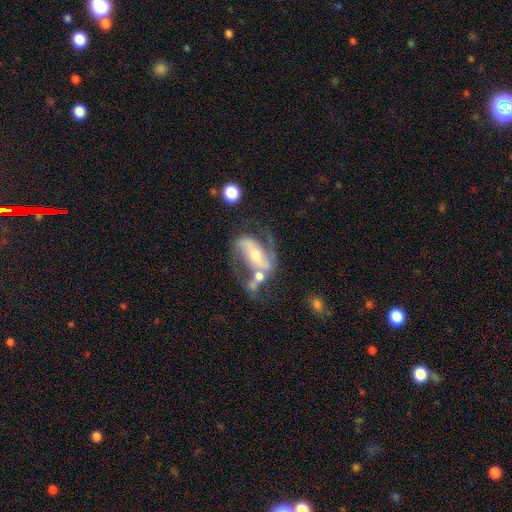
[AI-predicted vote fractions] This appears to be a featured or disk galaxy (84%) with a strong bar (46%), 2 (87%) medium (45%) spiral arms (91%) and a moderate central bulge (58%). Merging: none (41%).